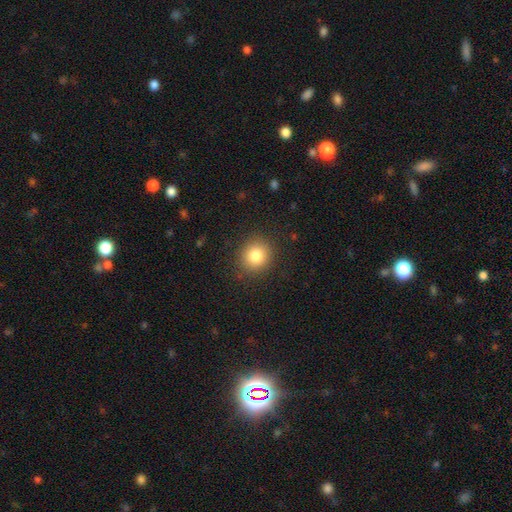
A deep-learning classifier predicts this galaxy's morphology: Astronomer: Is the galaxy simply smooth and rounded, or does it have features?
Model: smooth — 83%.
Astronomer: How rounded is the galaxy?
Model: round — 86%.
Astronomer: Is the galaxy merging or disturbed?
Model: none — 89%.